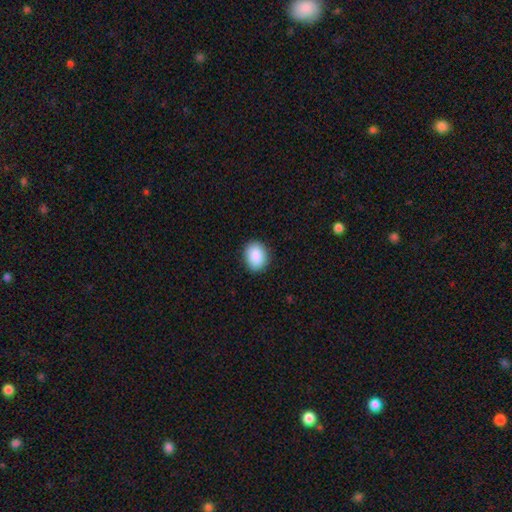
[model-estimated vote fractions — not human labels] A smooth galaxy with no disk features (89%) that is in between round and cigar-shaped (64%).

Vote fractions:
- Smooth or featured? smooth: 89% / star or artifact: 7% / featured or disk: 4%
- How rounded? in between: 64% / round: 35% / cigar-shaped: 1%
- Merging? none: 88% / minor disturbance: 9% / major disturbance: 2% / merger: 1%